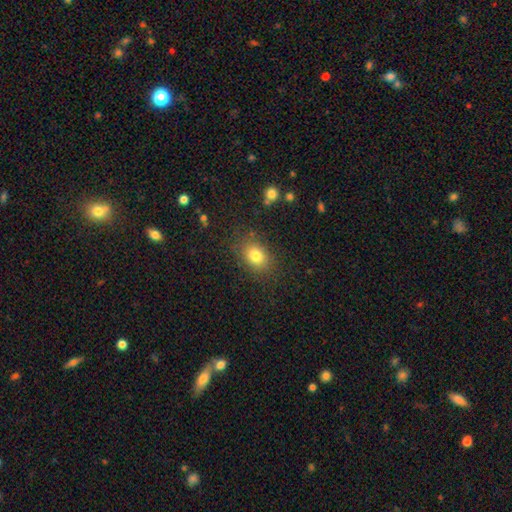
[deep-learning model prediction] Smooth or featured? Predicted: smooth (p=0.80). How rounded? Predicted: in between (p=0.61). Merging? Predicted: none (p=0.82).